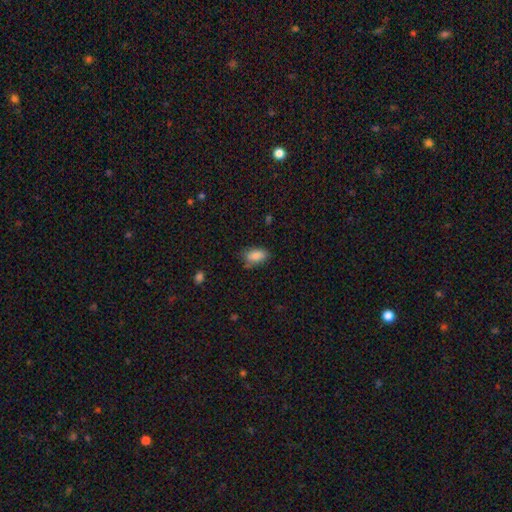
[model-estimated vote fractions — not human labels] smooth 86%, star or artifact 8%, featured or disk 6%. Down the decision tree: how rounded — in between (91%); merging — none (69%).